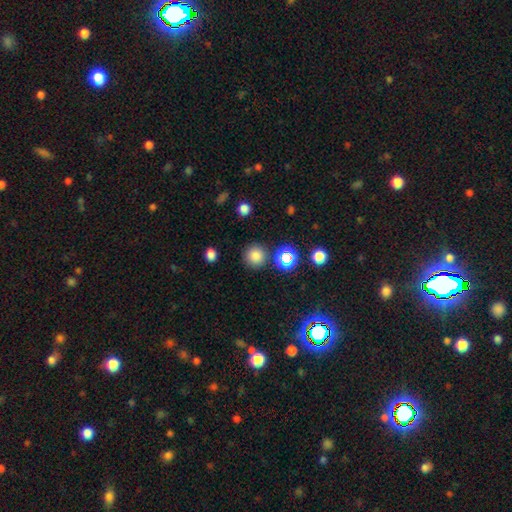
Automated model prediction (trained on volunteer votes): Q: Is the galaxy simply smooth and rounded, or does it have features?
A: smooth — 79%.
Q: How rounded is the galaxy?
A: round — 93%.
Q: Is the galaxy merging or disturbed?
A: none — 86%.